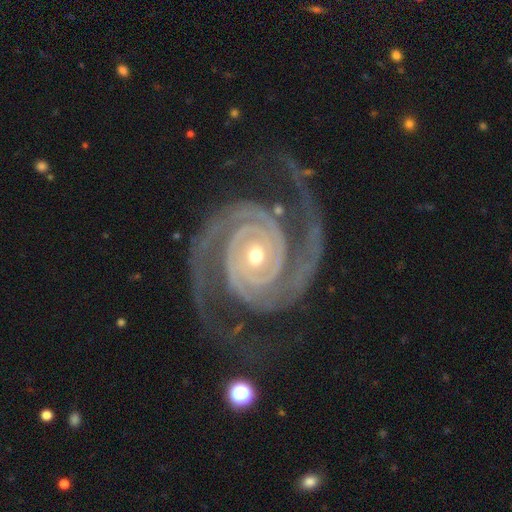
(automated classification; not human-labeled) Smooth or featured? featured or disk (94%)
Edge-on disk? no (98%)
Bar? no (62%)
Spiral arms? yes (99%)
Spiral winding? tight (73%)
Spiral arm count? 2 (88%)
Bulge size? moderate (48%, tied with small)
Merging? none (75%)